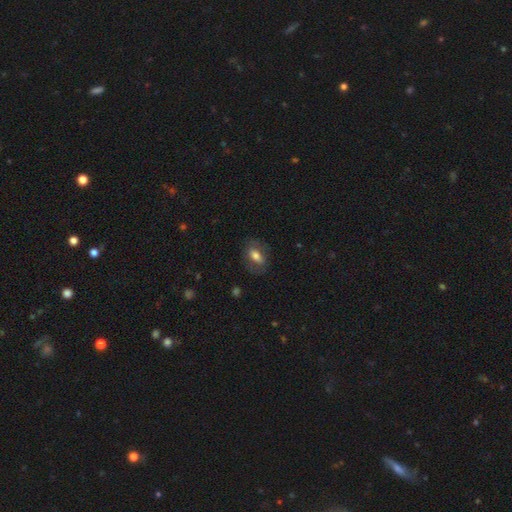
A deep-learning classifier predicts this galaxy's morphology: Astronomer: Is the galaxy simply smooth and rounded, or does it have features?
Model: smooth — 63%.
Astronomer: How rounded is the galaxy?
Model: in between — 85%.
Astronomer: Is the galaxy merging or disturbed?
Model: none — 75%.